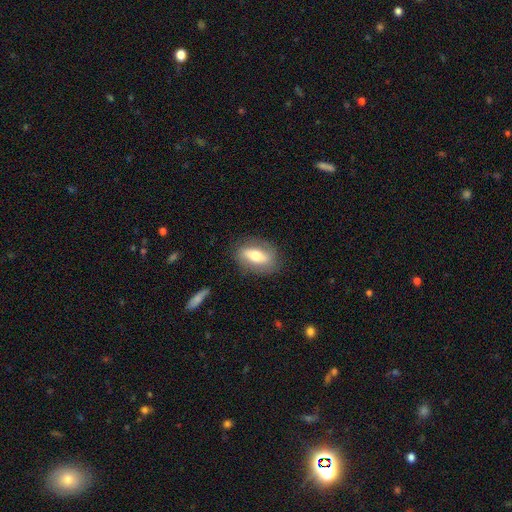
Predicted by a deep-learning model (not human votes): Smooth or featured? Predicted: smooth (p=0.53). How rounded? Predicted: in between (p=0.79). Merging? Predicted: none (p=0.80).